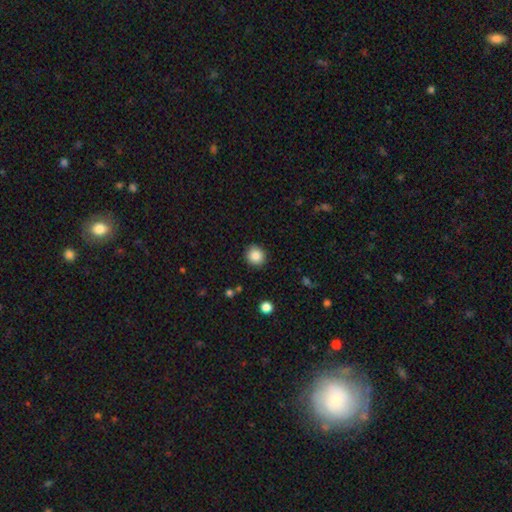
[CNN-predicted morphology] Smooth or featured? Predicted: smooth (p=0.86). How rounded? Predicted: round (p=0.91). Merging? Predicted: none (p=0.89).